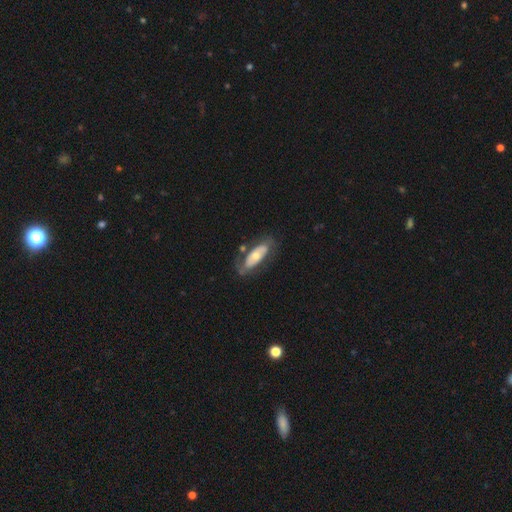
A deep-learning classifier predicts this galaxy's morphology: Smooth or featured? Predicted: featured or disk (p=0.52). Edge-on disk? Predicted: no (p=0.81). Merging? Predicted: none (p=0.64).